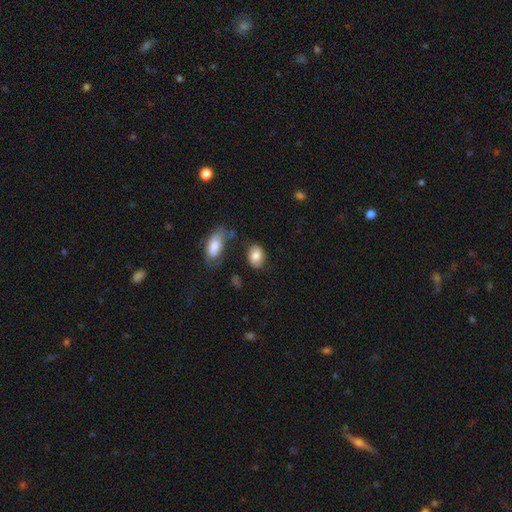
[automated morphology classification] smooth-or-featured: smooth: 82% | featured or disk: 11% | star or artifact: 7%
  how-rounded: in between: 80% | round: 18% | cigar-shaped: 1%
  merging: none: 76% | minor disturbance: 15% | merger: 5% | major disturbance: 4%